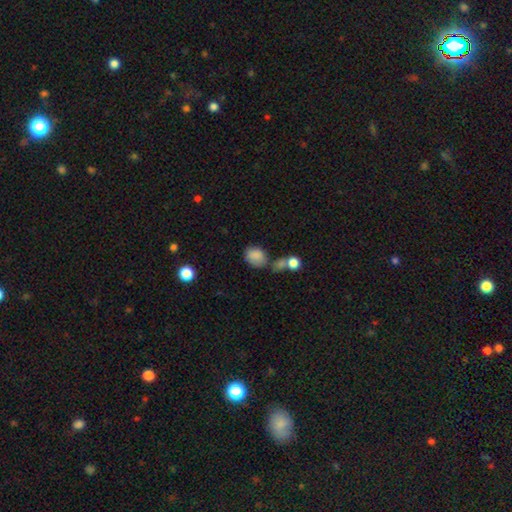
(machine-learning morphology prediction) smooth-or-featured: smooth: 82% | star or artifact: 10% | featured or disk: 8%
  how-rounded: in between: 61% | round: 38% | cigar-shaped: 1%
  merging: none: 45% | merger: 22% | minor disturbance: 22% | major disturbance: 11%